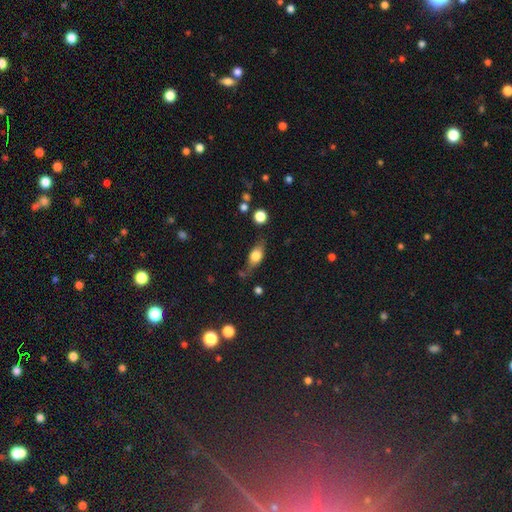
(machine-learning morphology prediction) Smooth or featured? Predicted: smooth (p=0.65). How rounded? Predicted: in between (p=0.75). Merging? Predicted: none (p=0.65).